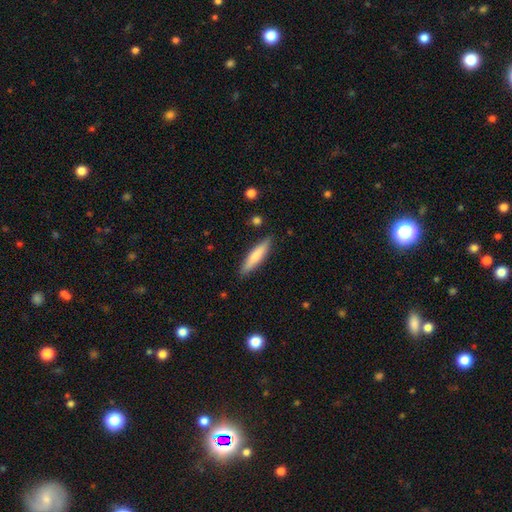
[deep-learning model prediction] Smooth or featured: smooth — 70% (featured or disk — 25%)
How rounded: cigar-shaped — 82% (in between — 16%)
Merging: none — 87% (minor disturbance — 9%)